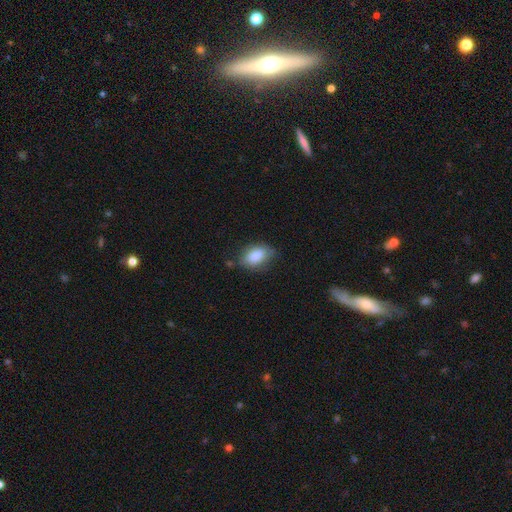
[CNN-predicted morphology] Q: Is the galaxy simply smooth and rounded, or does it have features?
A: smooth — 84%.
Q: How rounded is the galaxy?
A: in between — 88%.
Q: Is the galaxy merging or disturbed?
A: none — 70%.